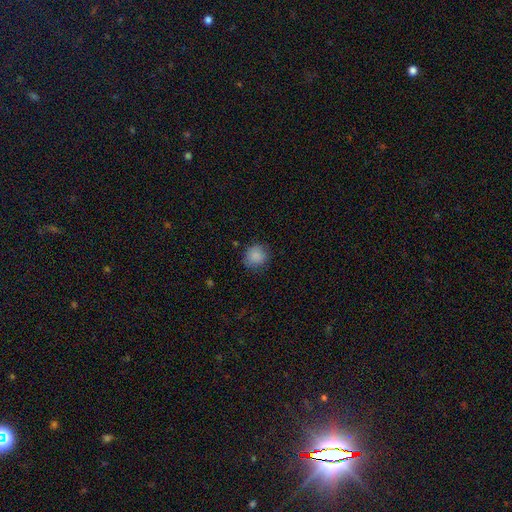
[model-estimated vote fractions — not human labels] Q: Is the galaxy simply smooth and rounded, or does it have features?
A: smooth — 87%.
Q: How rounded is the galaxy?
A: round — 90%.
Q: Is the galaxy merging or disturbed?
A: none — 81%.